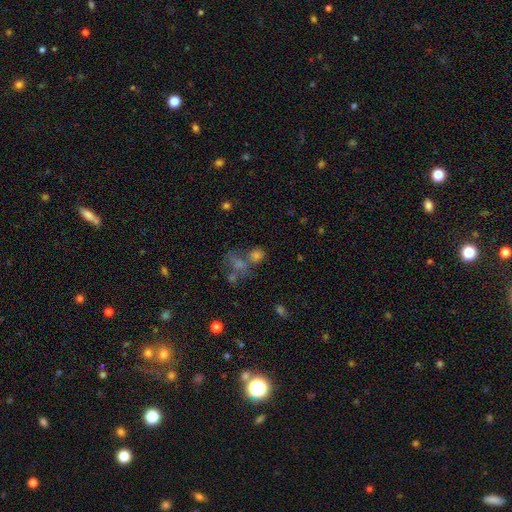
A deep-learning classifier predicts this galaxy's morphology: smooth_or_featured: smooth (p=0.59) [alt: star or artifact p=0.25]
how_rounded: round (p=0.59) [alt: in between p=0.39]
merging: none (p=0.44) [alt: merger p=0.33]